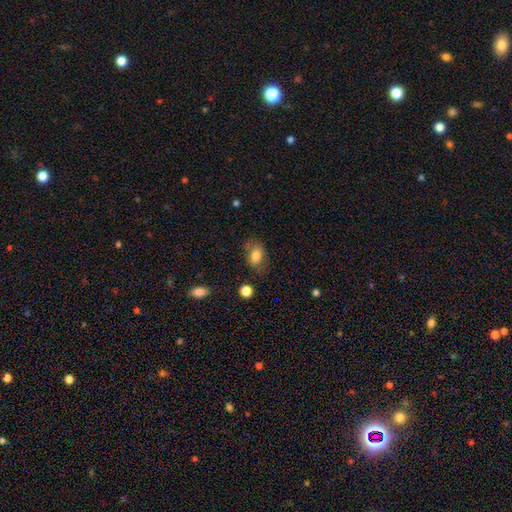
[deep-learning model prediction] smooth-or-featured: smooth: 78% | featured or disk: 13% | star or artifact: 9%
  how-rounded: in between: 78% | round: 21% | cigar-shaped: 1%
  merging: none: 70% | minor disturbance: 20% | major disturbance: 8% | merger: 3%